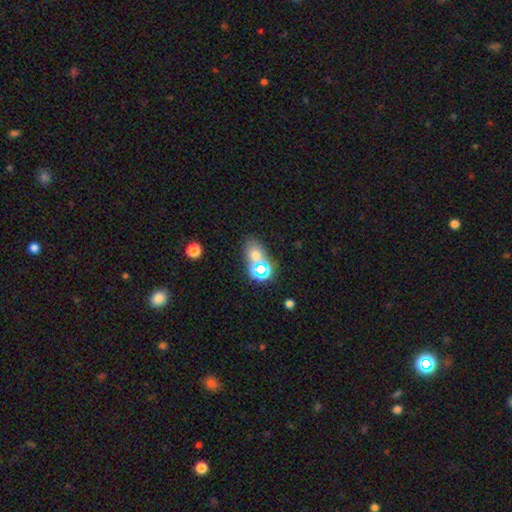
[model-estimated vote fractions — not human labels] The model was most divided on "smooth or featured": smooth: 58%, star or artifact: 30%, featured or disk: 12%. More confident: how rounded — in between (67%); merging — none (62%).